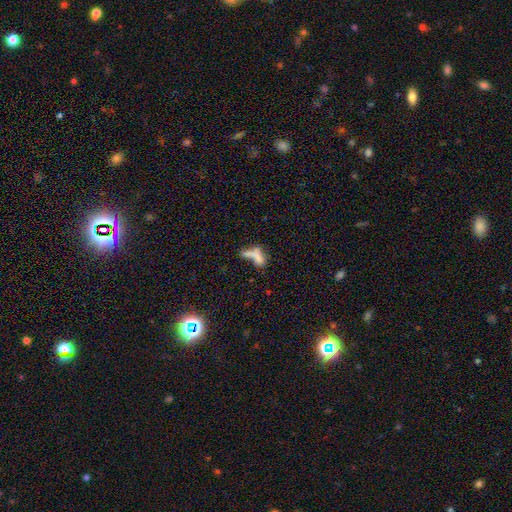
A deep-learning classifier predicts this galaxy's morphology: A smooth galaxy with no disk features (62%) that is in between round and cigar-shaped (60%).

Vote fractions:
- Smooth or featured? smooth: 62% / featured or disk: 24% / star or artifact: 14%
- How rounded? in between: 60% / cigar-shaped: 31% / round: 8%
- Merging? merger: 50% / none: 23% / major disturbance: 16% / minor disturbance: 11%